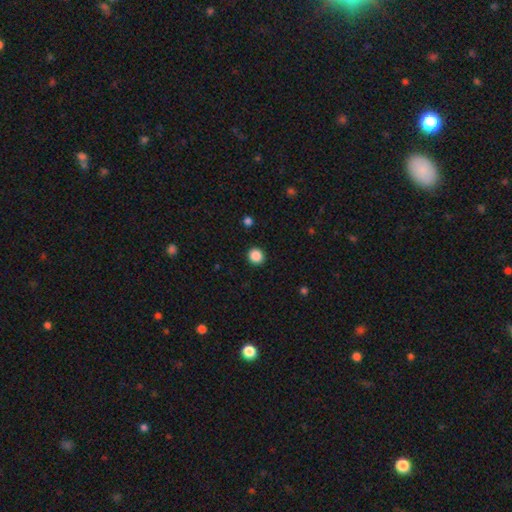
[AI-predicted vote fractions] Q: Smooth or featured?
A: smooth (87%); runner-up: star or artifact (10%)
Q: How rounded?
A: round (92%); runner-up: in between (7%)
Q: Merging?
A: none (93%); runner-up: minor disturbance (5%)